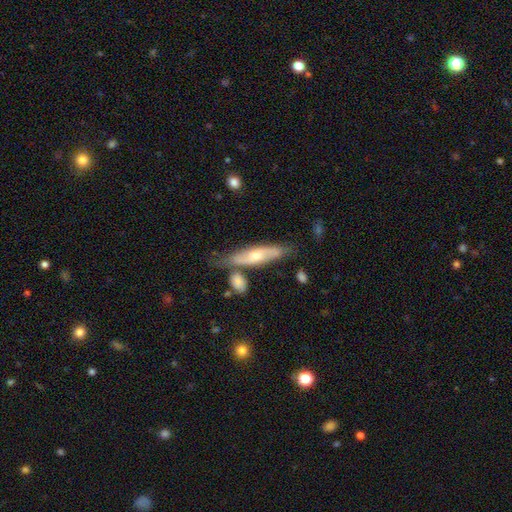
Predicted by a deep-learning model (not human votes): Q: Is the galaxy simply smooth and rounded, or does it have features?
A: featured or disk — 57%.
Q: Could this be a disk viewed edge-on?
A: yes — 58%.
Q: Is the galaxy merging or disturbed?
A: none — 60%.